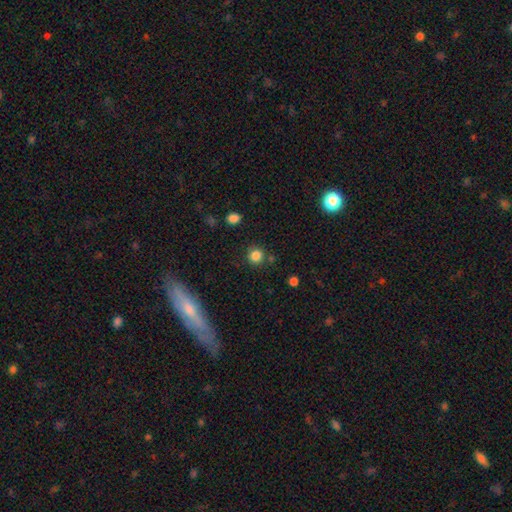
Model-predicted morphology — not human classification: A smooth galaxy with no disk features (84%) that is round (90%).

Vote fractions:
- Smooth or featured? smooth: 84% / star or artifact: 12% / featured or disk: 4%
- How rounded? round: 90% / in between: 9% / cigar-shaped: 1%
- Merging? none: 81% / minor disturbance: 10% / merger: 6% / major disturbance: 3%